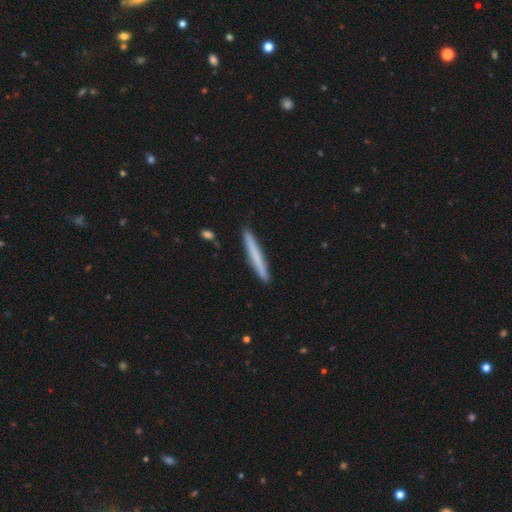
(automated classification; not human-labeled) Smooth or featured: smooth — 67% (featured or disk — 28%)
How rounded: cigar-shaped — 97% (in between — 2%)
Merging: none — 92% (minor disturbance — 6%)